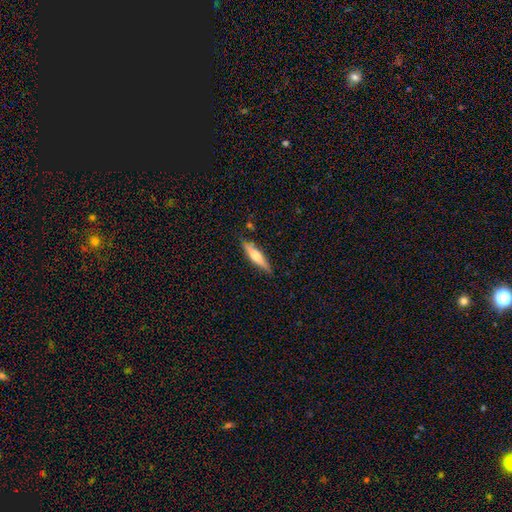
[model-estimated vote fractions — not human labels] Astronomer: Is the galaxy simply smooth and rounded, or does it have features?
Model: smooth — 53% (runner-up: featured or disk, 41%).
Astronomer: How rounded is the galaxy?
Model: cigar-shaped — 79%.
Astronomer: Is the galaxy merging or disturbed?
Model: none — 84%.